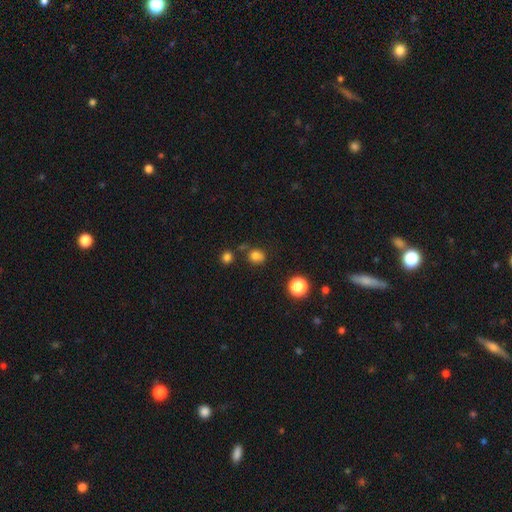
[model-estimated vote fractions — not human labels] A smooth galaxy with no disk features (78%) that is round (75%). Merging: none (67%).